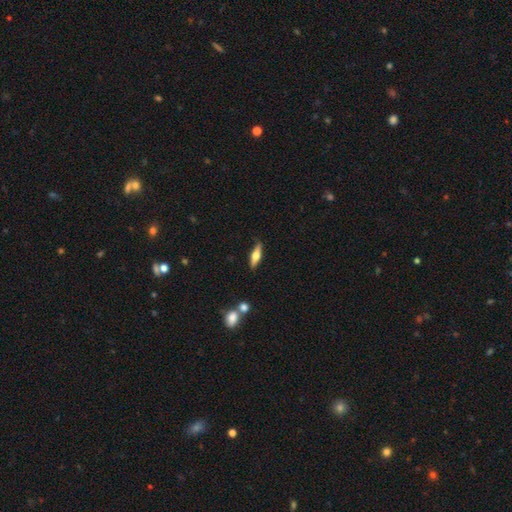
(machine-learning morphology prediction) Smooth or featured?
  - featured or disk: 50% *
  - smooth: 43%
  - star or artifact: 6%
Edge-on disk?
  - yes: 93% *
  - no: 7%
Merging?
  - none: 85% *
  - minor disturbance: 10%
  - merger: 3%
  - major disturbance: 2%